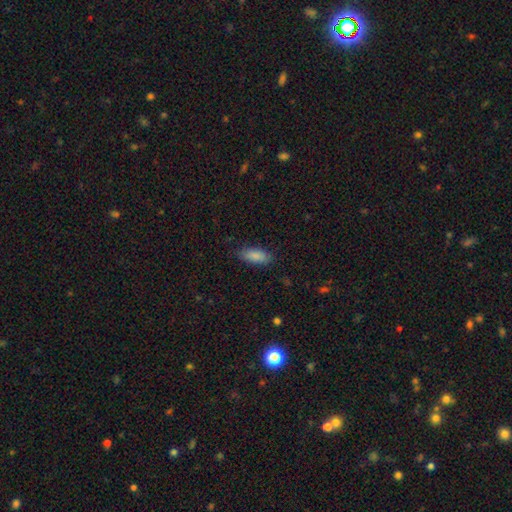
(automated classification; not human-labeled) A smooth galaxy with no disk features (88%) that is in between round and cigar-shaped (80%). Merging: none (85%).